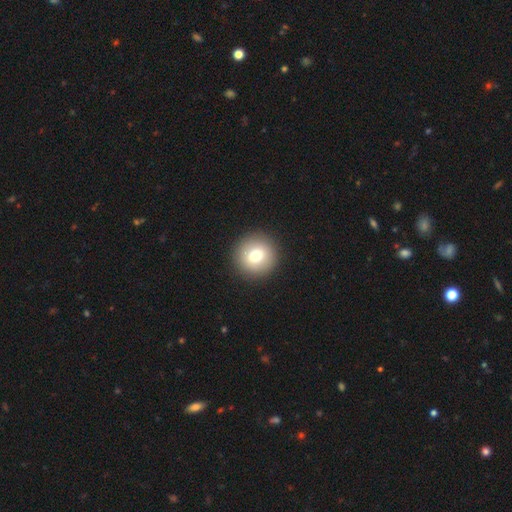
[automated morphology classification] type=smooth (74%); roundness=round (95%); merging=none (92%).